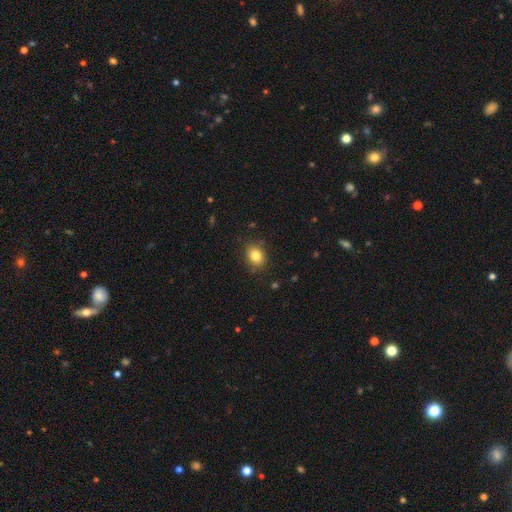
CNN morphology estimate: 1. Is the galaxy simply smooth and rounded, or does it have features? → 83% smooth, 10% star or artifact, 7% featured or disk.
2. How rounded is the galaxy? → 54% in between, 45% round, 1% cigar-shaped.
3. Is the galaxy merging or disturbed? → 85% none, 11% minor disturbance, 3% major disturbance, 1% merger.